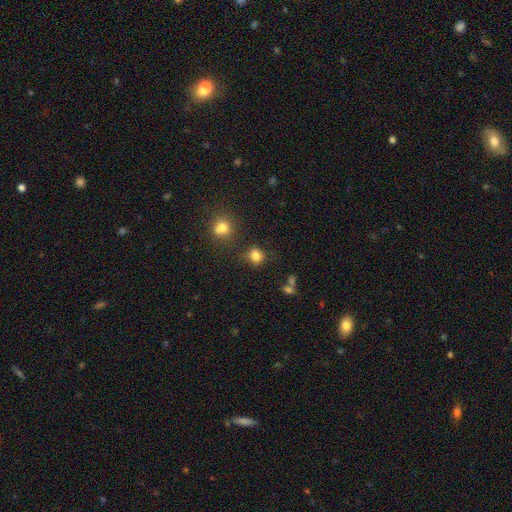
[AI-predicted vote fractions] This appears to be a smooth galaxy with no disk features (81%) that is round (74%). Merging: none (70%).